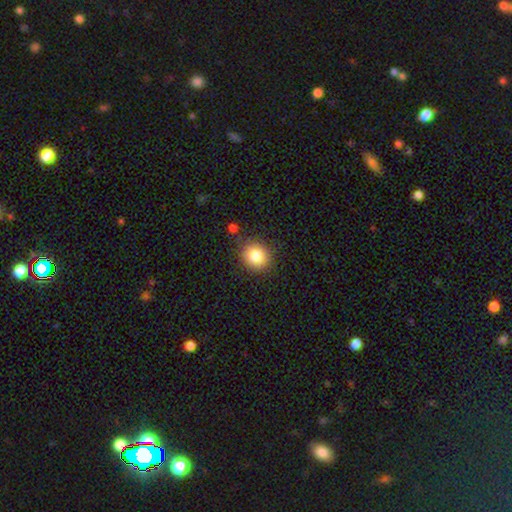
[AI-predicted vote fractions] The model was most divided on "how rounded": round: 81%, in between: 18%, cigar-shaped: 1%. More confident: merging — none (85%); smooth or featured — smooth (83%).